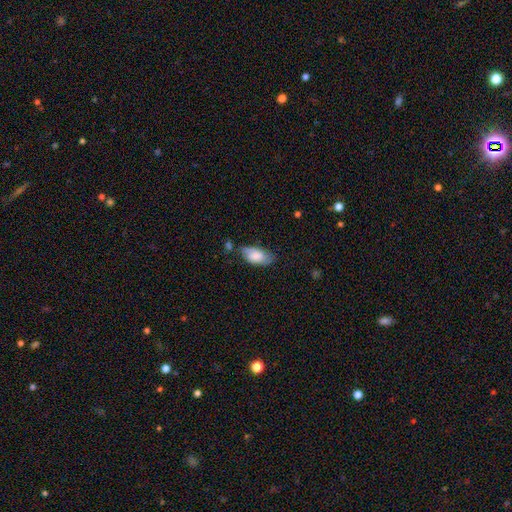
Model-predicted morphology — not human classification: A smooth galaxy with no disk features (76%) that is in between round and cigar-shaped (93%).

Vote fractions:
- Smooth or featured? smooth: 76% / featured or disk: 18% / star or artifact: 7%
- How rounded? in between: 93% / cigar-shaped: 5% / round: 3%
- Merging? none: 54% / minor disturbance: 31% / major disturbance: 8% / merger: 7%